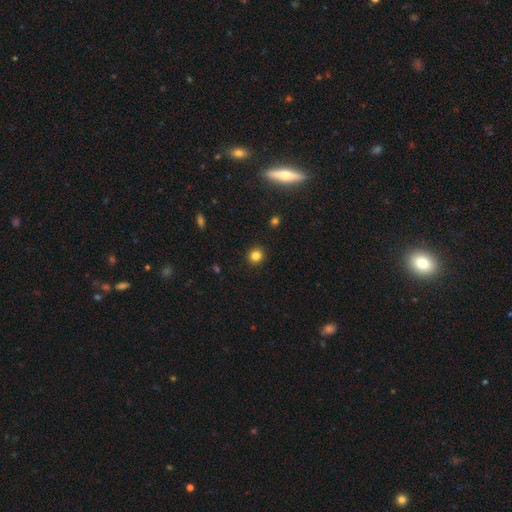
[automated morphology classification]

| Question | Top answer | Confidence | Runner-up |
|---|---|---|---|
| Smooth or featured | smooth | 82% | star or artifact (13%) |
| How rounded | round | 91% | in between (8%) |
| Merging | none | 92% | minor disturbance (5%) |